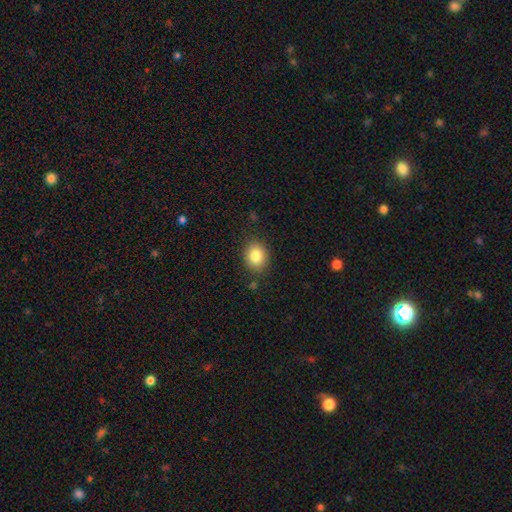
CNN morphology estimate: type=smooth (84%); roundness=round (57%); merging=none (85%).